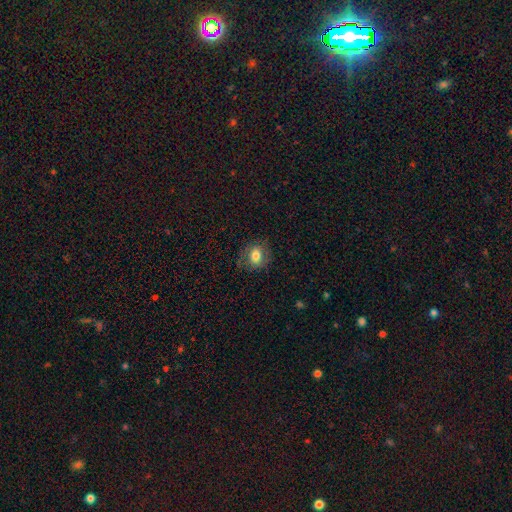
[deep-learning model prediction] Smooth or featured: smooth — 72% (featured or disk — 19%)
How rounded: in between — 52% (round — 47%)
Merging: none — 74% (minor disturbance — 17%)